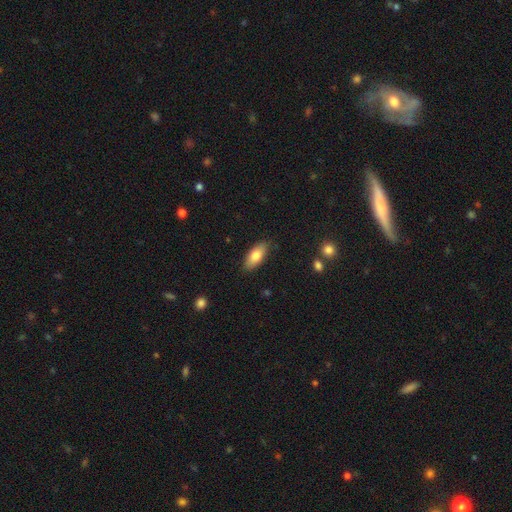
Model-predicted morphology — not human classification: type=smooth (79%); roundness=in between (82%); merging=none (86%).